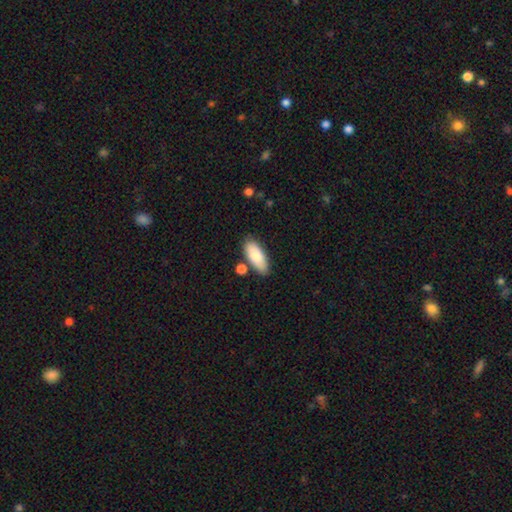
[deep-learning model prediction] Q: Smooth or featured?
A: smooth (84%); runner-up: featured or disk (10%)
Q: How rounded?
A: in between (83%); runner-up: cigar-shaped (15%)
Q: Merging?
A: none (74%); runner-up: minor disturbance (13%)